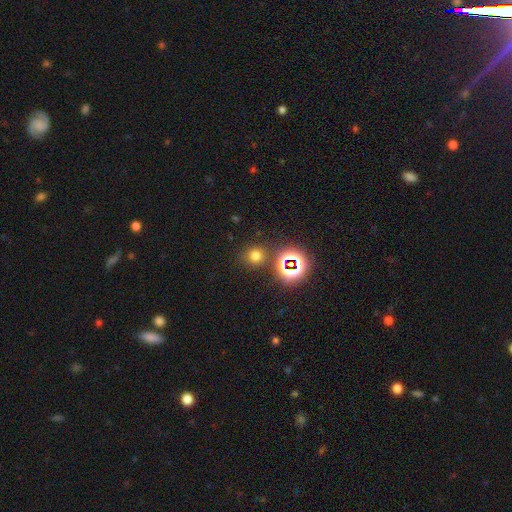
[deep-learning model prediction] smooth 67%, star or artifact 26%, featured or disk 7%. Down the decision tree: how rounded — round (88%); merging — none (82%).